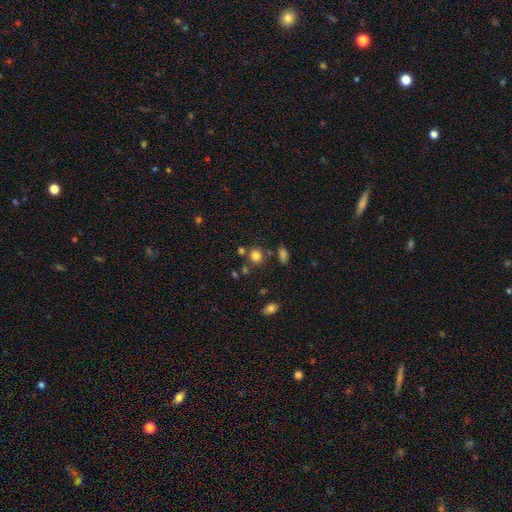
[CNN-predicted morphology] type=smooth (79%); roundness=round (83%); merging=none (72%).